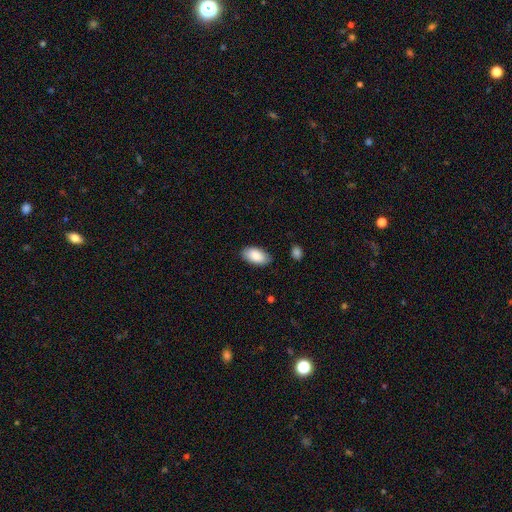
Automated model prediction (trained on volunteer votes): Smooth or featured? Predicted: smooth (p=0.87). How rounded? Predicted: in between (p=0.95). Merging? Predicted: none (p=0.83).